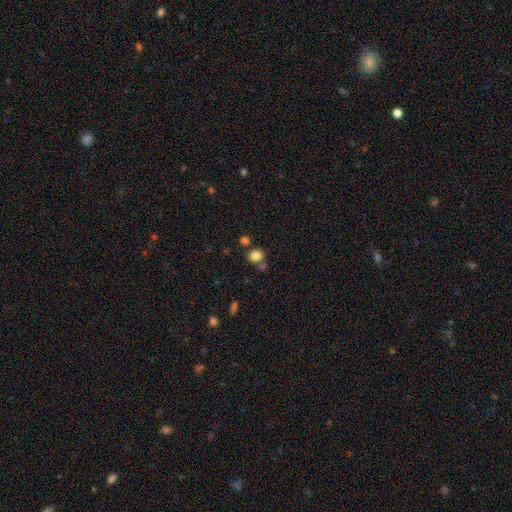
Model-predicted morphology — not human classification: smooth 82%, star or artifact 12%, featured or disk 6%. Down the decision tree: how rounded — round (84%); merging — none (70%).